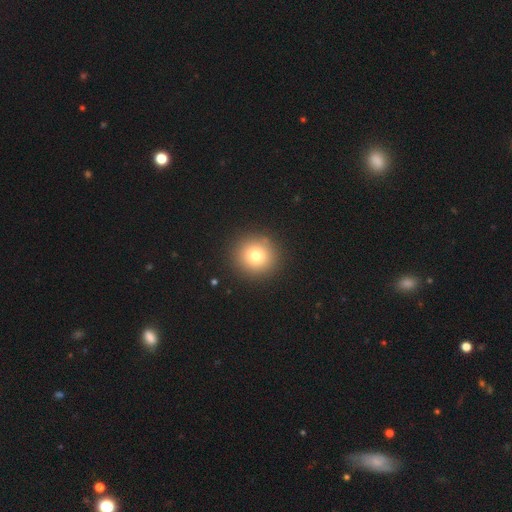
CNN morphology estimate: Overall: smooth (77%). How rounded: round (93%). Merging: none (91%).